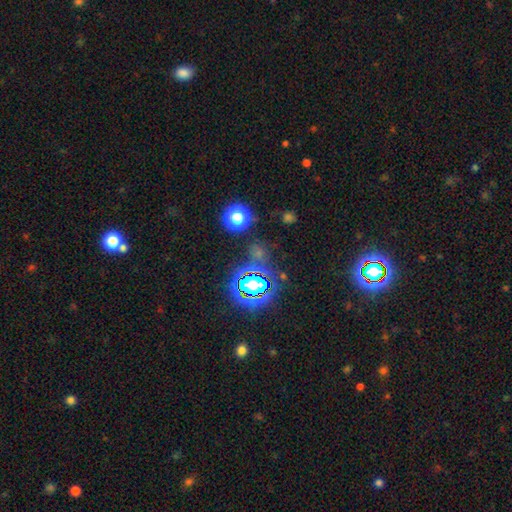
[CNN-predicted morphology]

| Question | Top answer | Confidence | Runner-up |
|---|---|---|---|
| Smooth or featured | star or artifact | 67% | smooth (25%) |